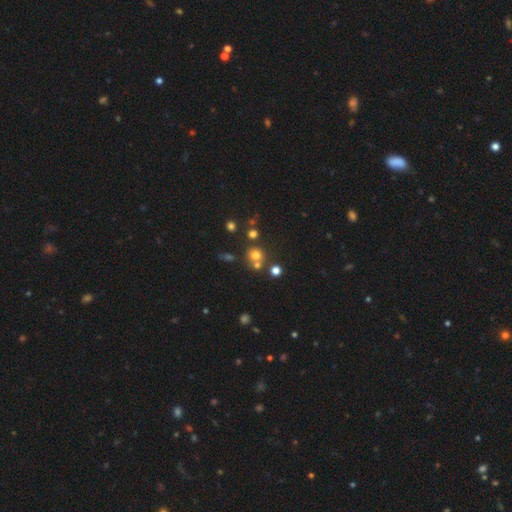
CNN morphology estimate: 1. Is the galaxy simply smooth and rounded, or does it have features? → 67% smooth, 22% star or artifact, 11% featured or disk.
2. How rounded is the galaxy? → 88% round, 11% in between, 1% cigar-shaped.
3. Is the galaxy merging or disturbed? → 61% none, 27% merger, 8% minor disturbance, 4% major disturbance.